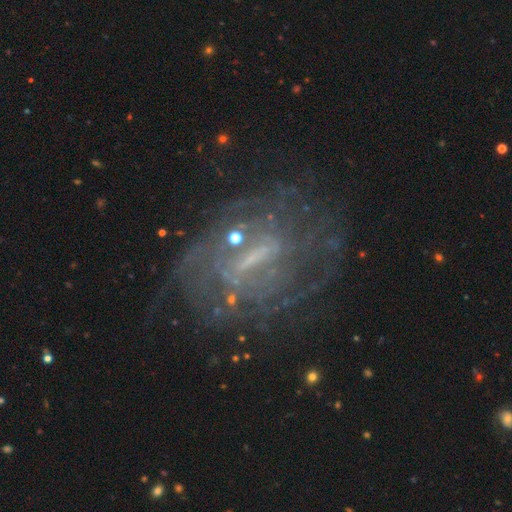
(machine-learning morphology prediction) Smooth or featured? Predicted: featured or disk (p=0.70). Edge-on disk? Predicted: no (p=0.88). Bar? Predicted: strong (p=0.44). Spiral arms? Predicted: yes (p=0.52). Bulge size? Predicted: none (p=0.37, tied with small). Merging? Predicted: none (p=0.63).